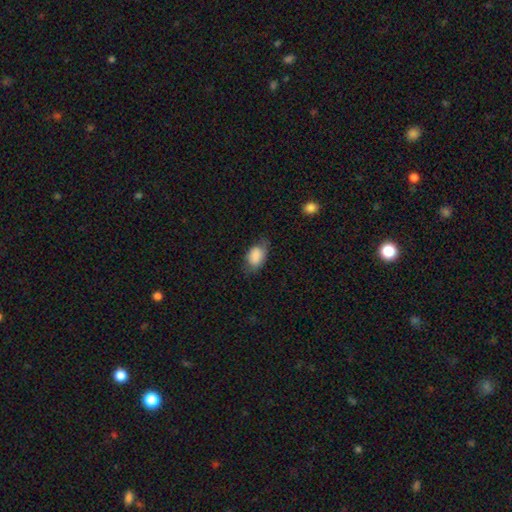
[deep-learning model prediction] smooth-or-featured: smooth: 85% | featured or disk: 8% | star or artifact: 7%
  how-rounded: in between: 88% | round: 10% | cigar-shaped: 2%
  merging: none: 60% | minor disturbance: 29% | major disturbance: 9% | merger: 1%